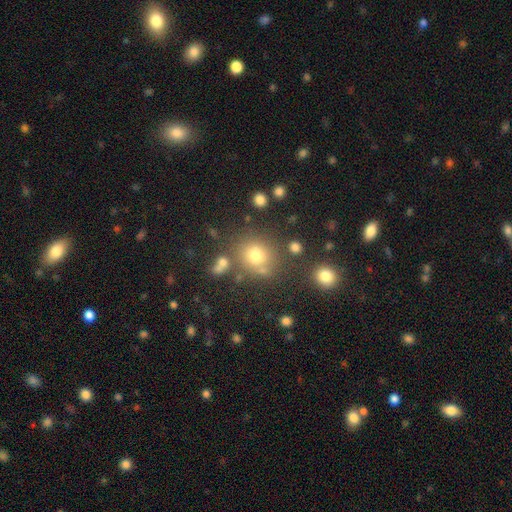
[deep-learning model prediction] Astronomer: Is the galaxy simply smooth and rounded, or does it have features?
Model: smooth — 71%.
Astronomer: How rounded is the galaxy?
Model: round — 82%.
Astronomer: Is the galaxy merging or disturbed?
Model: none — 68%.